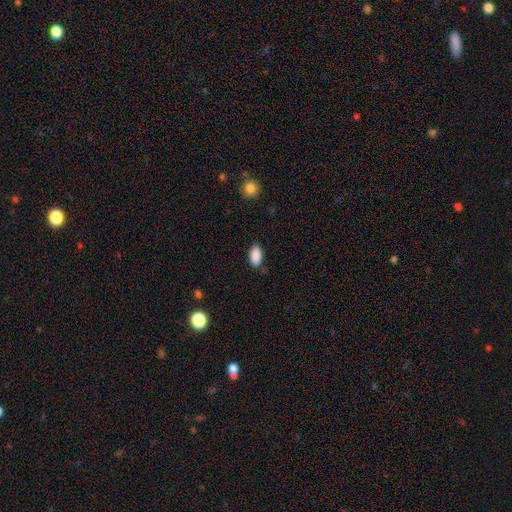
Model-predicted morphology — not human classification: Smooth or featured? Predicted: smooth (p=0.90). How rounded? Predicted: in between (p=0.92). Merging? Predicted: none (p=0.83).